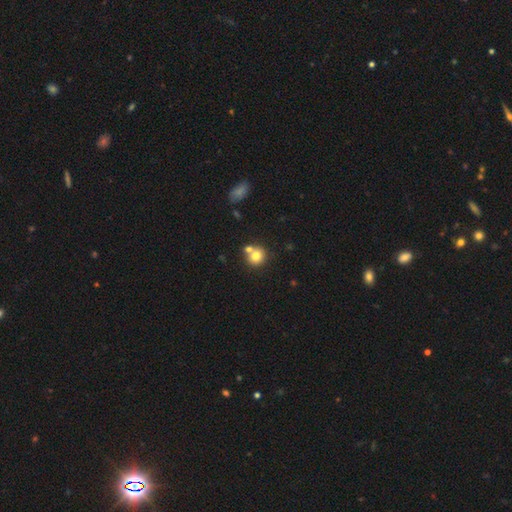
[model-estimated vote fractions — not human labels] The model was most divided on "merging": none: 54%, merger: 34%, minor disturbance: 9%, major disturbance: 3%. More confident: how rounded — round (84%); smooth or featured — smooth (77%).